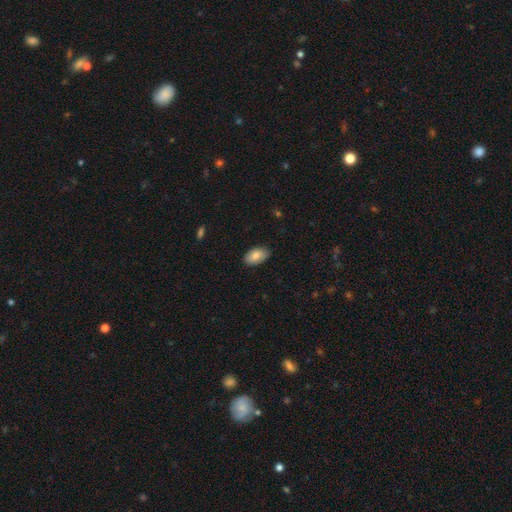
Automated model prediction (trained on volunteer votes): smooth-or-featured: smooth: 80% | featured or disk: 13% | star or artifact: 7%
  how-rounded: in between: 94% | round: 5% | cigar-shaped: 2%
  merging: none: 84% | minor disturbance: 13% | major disturbance: 2% | merger: 1%